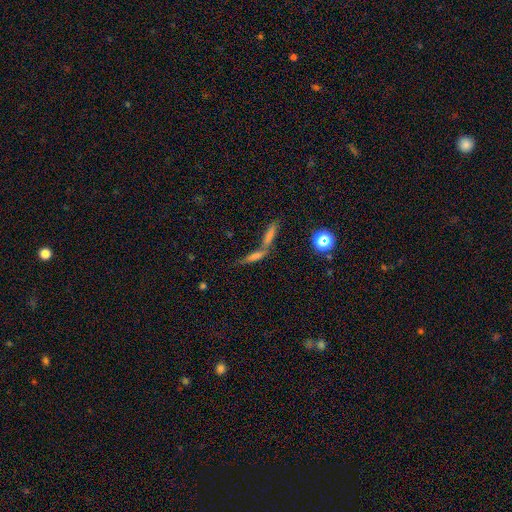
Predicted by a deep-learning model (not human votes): smooth_or_featured: smooth (p=0.54) [alt: featured or disk p=0.26]
how_rounded: cigar-shaped (p=0.70) [alt: in between p=0.25]
merging: merger (p=0.57) [alt: none p=0.30]